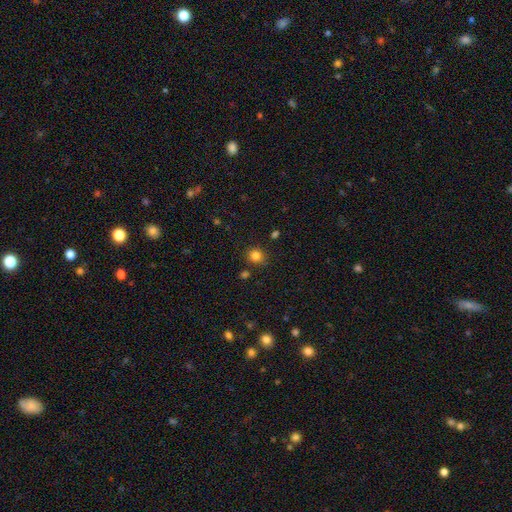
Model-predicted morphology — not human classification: Smooth or featured? Predicted: smooth (p=0.82). How rounded? Predicted: round (p=0.85). Merging? Predicted: none (p=0.83).